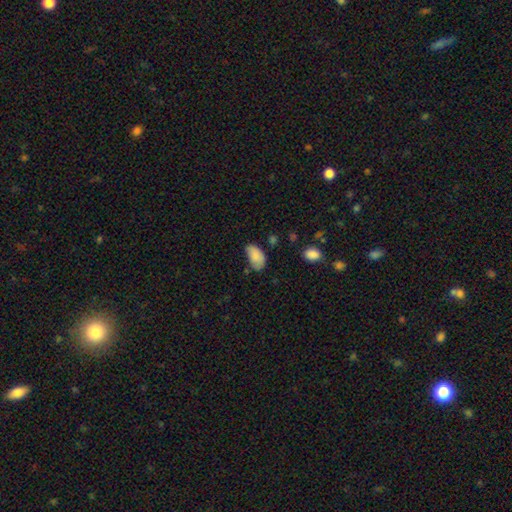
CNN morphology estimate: smooth 85%, star or artifact 8%, featured or disk 7%. Down the decision tree: how rounded — in between (94%); merging — none (51%).